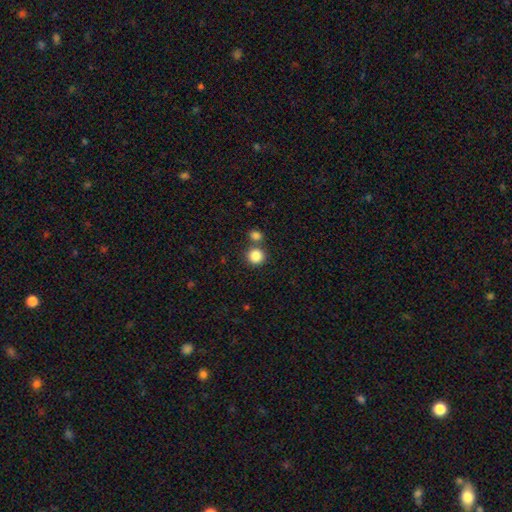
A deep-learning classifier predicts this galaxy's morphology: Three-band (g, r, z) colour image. It shows a smooth galaxy with no disk features (86%) that is round (91%). Merging: none (72%).